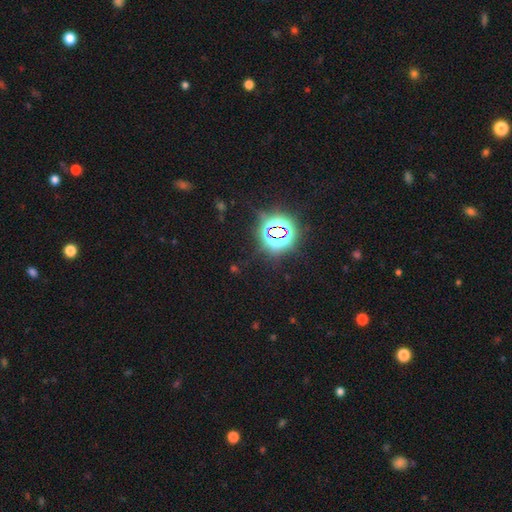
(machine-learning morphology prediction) Overall: star or artifact (80%).